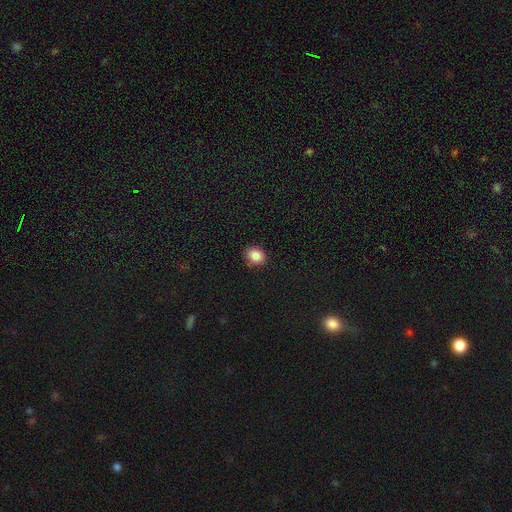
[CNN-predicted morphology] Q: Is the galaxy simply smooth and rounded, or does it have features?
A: smooth — 85%.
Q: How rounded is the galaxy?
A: round — 57%.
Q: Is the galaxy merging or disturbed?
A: none — 87%.